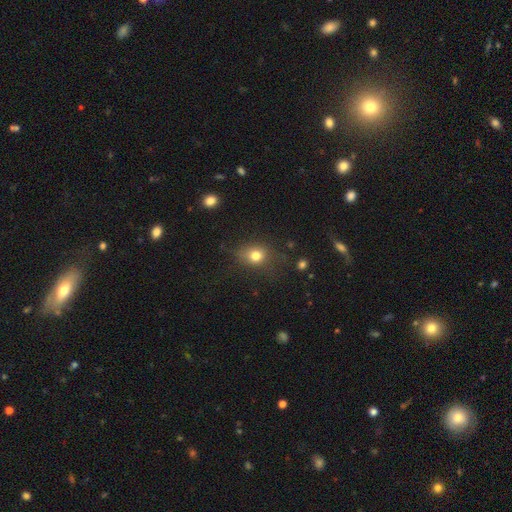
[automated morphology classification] smooth_or_featured: smooth (p=0.76) [alt: star or artifact p=0.14]
how_rounded: round (p=0.58) [alt: in between p=0.40]
merging: none (p=0.71) [alt: minor disturbance p=0.19]